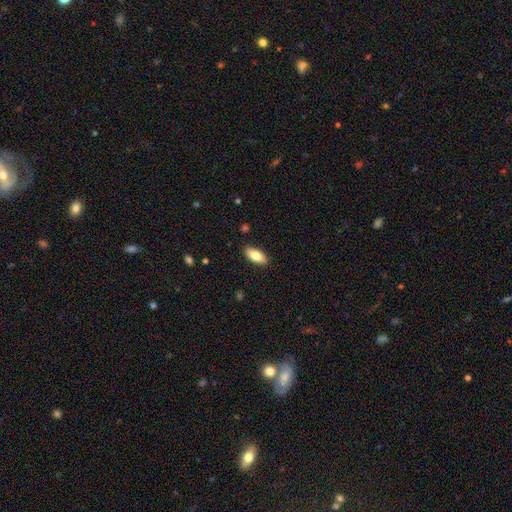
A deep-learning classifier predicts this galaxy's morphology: The model was most divided on "smooth or featured": smooth: 82%, featured or disk: 12%, star or artifact: 6%. More confident: merging — none (88%); how rounded — in between (84%).